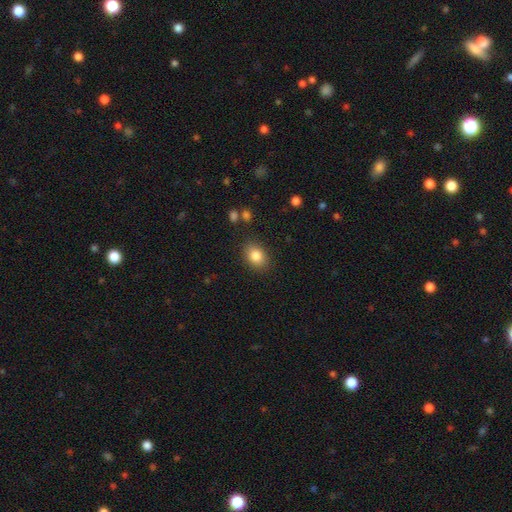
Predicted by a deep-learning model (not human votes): Morphology: type=smooth (84%); roundness=in between (66%); merging=none (85%).